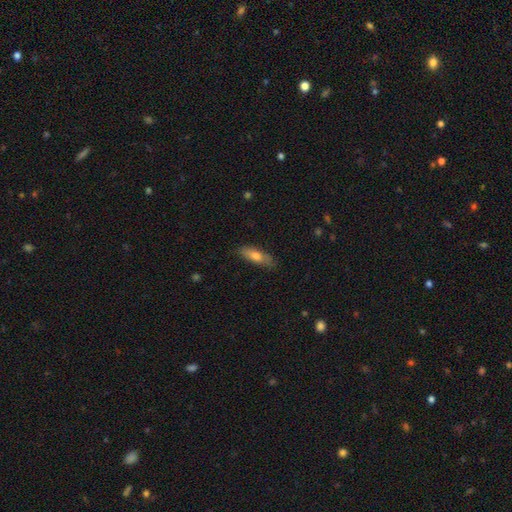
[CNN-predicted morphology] smooth-or-featured: smooth: 69% | featured or disk: 24% | star or artifact: 6%
  how-rounded: in between: 57% | cigar-shaped: 40% | round: 3%
  merging: none: 78% | minor disturbance: 17% | major disturbance: 3% | merger: 1%